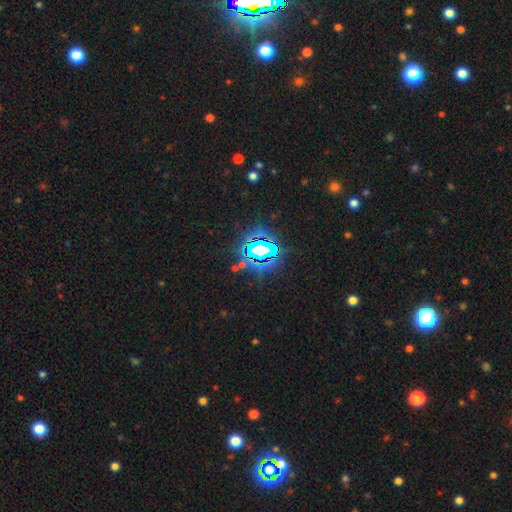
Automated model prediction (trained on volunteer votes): The model was most divided on "smooth or featured": star or artifact: 78%, smooth: 13%, featured or disk: 9%.